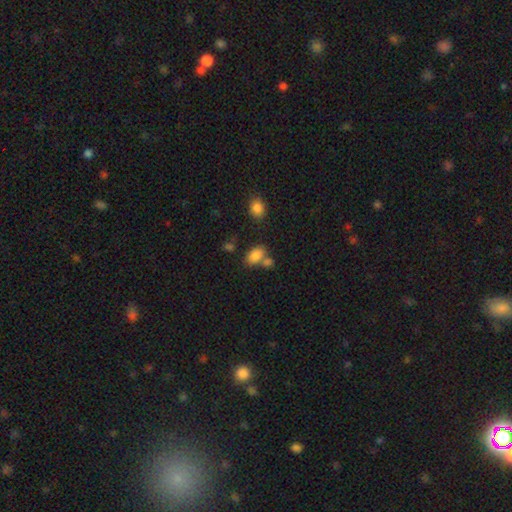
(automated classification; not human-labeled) Smooth or featured? Predicted: smooth (p=0.82). How rounded? Predicted: in between (p=0.85). Merging? Predicted: none (p=0.49).